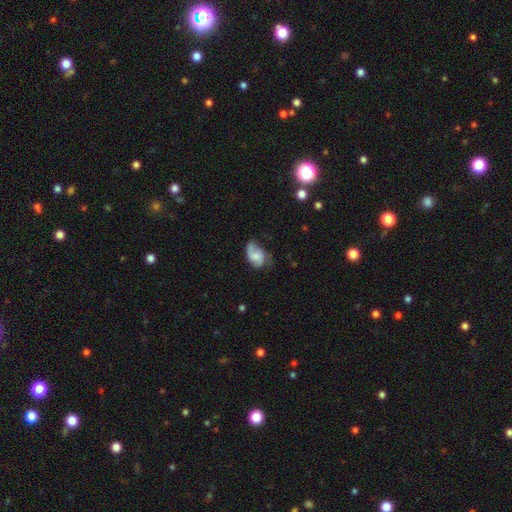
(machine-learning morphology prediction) A smooth galaxy with no disk features (48%). Merging: none (40%).